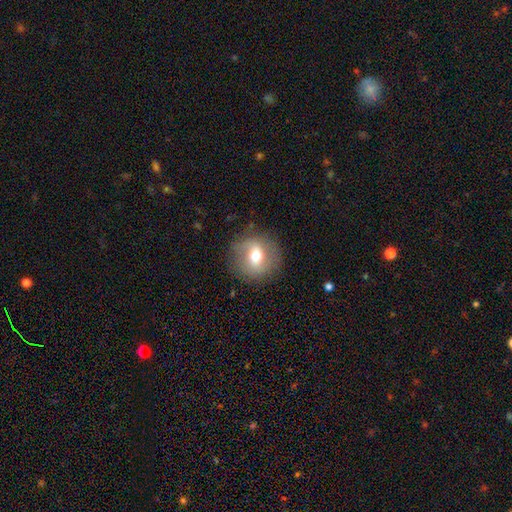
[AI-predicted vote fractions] Smooth or featured? smooth (56%)
How rounded? round (87%)
Merging? none (82%)